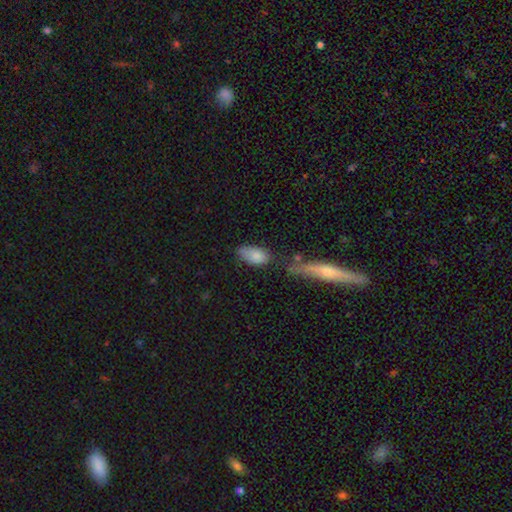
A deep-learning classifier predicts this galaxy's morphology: type=smooth (81%); roundness=in between (92%); merging=none (53%).